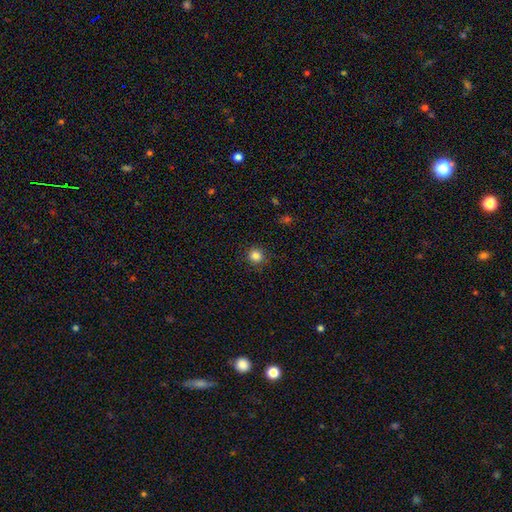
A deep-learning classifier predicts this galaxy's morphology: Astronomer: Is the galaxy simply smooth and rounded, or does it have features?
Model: smooth — 84%.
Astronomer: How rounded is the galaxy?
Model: round — 93%.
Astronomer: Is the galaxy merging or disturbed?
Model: none — 89%.